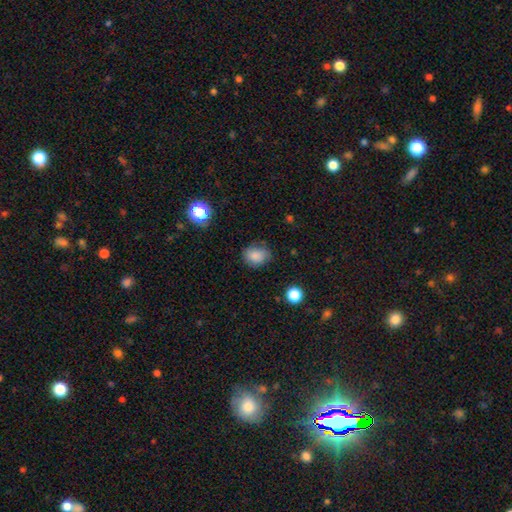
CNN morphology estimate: A smooth galaxy with no disk features (84%) that is in between round and cigar-shaped (50%).

Vote fractions:
- Smooth or featured? smooth: 84% / star or artifact: 10% / featured or disk: 6%
- How rounded? in between: 50% / round: 49% / cigar-shaped: 1%
- Merging? none: 69% / minor disturbance: 23% / major disturbance: 6% / merger: 2%